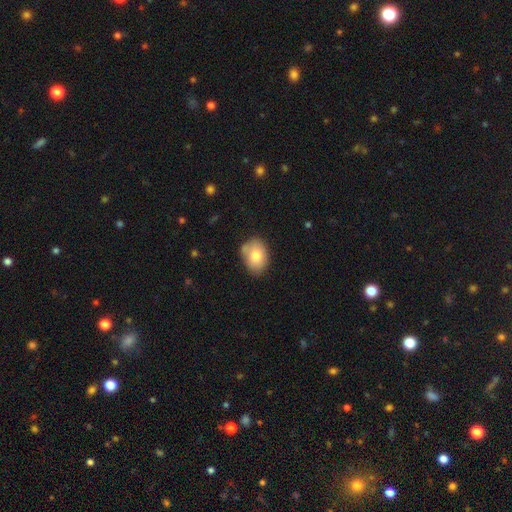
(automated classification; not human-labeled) Smooth or featured?
  - smooth: 78% *
  - featured or disk: 14%
  - star or artifact: 8%
How rounded?
  - in between: 73% *
  - round: 26%
  - cigar-shaped: 1%
Merging?
  - none: 68% *
  - minor disturbance: 22%
  - merger: 6%
  - major disturbance: 4%